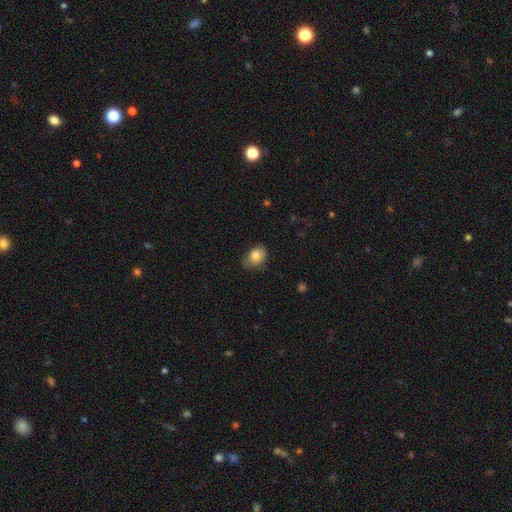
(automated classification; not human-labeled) This appears to be a smooth galaxy with no disk features (82%) that is in between round and cigar-shaped (55%). Merging: none (65%).